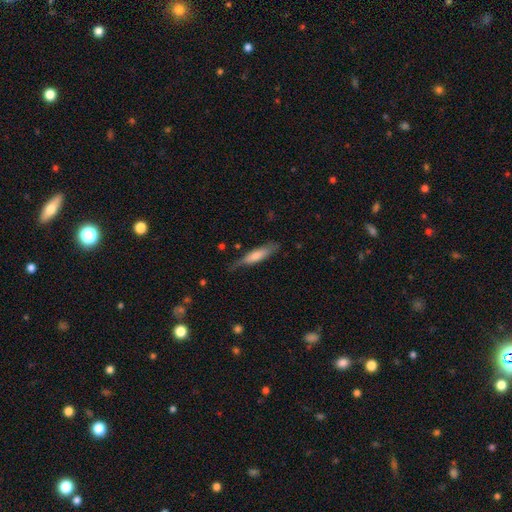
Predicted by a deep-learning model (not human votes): This is likely a smooth galaxy (65%). How rounded: likely cigar-shaped (74%). Merging: likely none (60%).